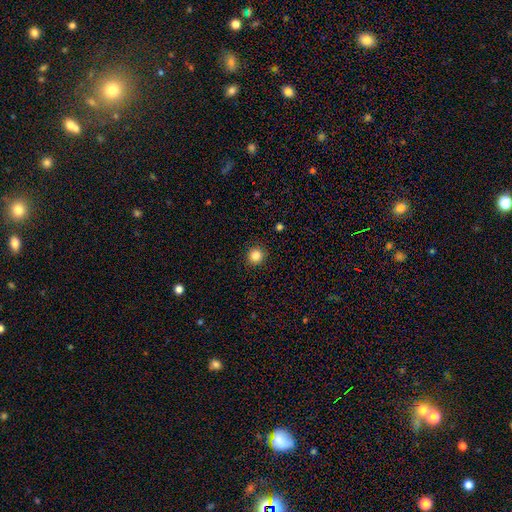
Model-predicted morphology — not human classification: Smooth or featured?
  - smooth: 85% *
  - star or artifact: 11%
  - featured or disk: 4%
How rounded?
  - round: 92% *
  - in between: 7%
  - cigar-shaped: 1%
Merging?
  - none: 92% *
  - minor disturbance: 5%
  - major disturbance: 2%
  - merger: 1%